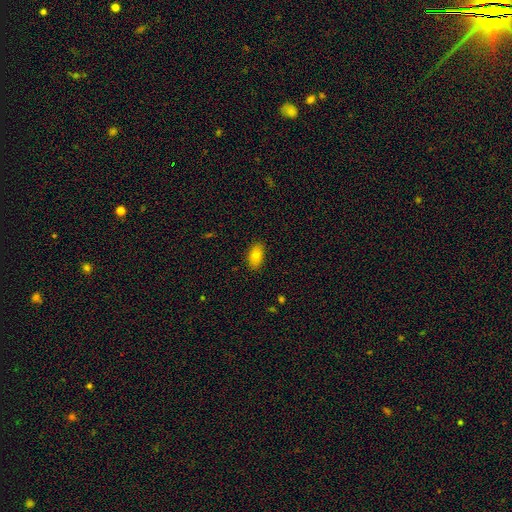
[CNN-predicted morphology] smooth-or-featured: smooth: 79% | featured or disk: 12% | star or artifact: 9%
  how-rounded: in between: 91% | round: 6% | cigar-shaped: 3%
  merging: none: 88% | minor disturbance: 9% | major disturbance: 2% | merger: 1%